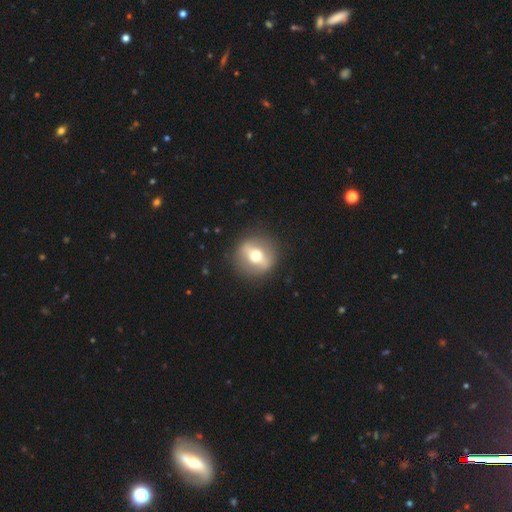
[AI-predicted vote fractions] smooth-or-featured: featured or disk: 54% | smooth: 39% | star or artifact: 8%
  disk-edge-on: no: 70% | yes: 30%
  merging: none: 87% | minor disturbance: 8% | major disturbance: 4% | merger: 1%